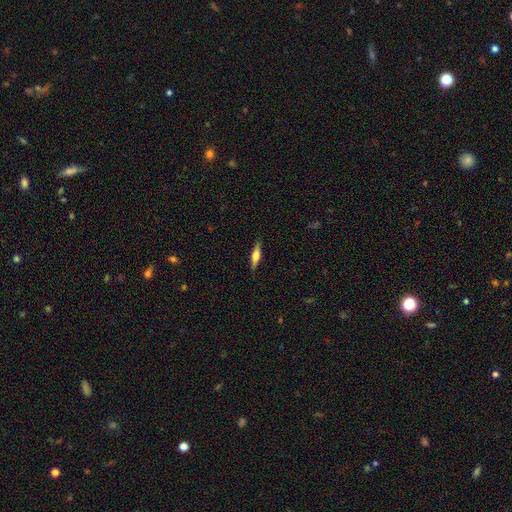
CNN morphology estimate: The model was most divided on "smooth or featured": featured or disk: 50%, smooth: 44%, star or artifact: 6%. More confident: merging — none (88%).